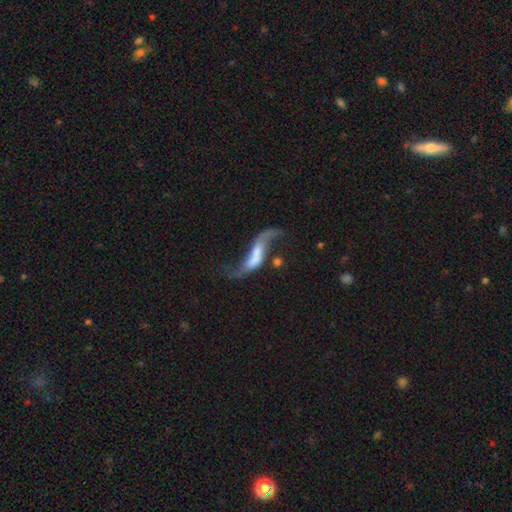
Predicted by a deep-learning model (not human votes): Smooth or featured? Predicted: featured or disk (p=0.71). Edge-on disk? Predicted: no (p=0.87). Bar? Predicted: no (p=0.36). Spiral arms? Predicted: yes (p=0.84). Spiral winding? Predicted: loose (p=0.94). Spiral arm count? Predicted: 2 (p=0.86). Bulge size? Predicted: none (p=0.41). Merging? Predicted: none (p=0.34).